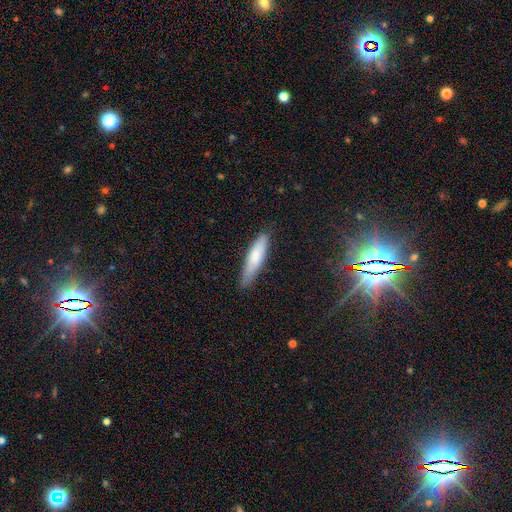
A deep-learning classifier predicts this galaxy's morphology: The model was most divided on "how rounded": cigar-shaped: 77%, in between: 22%, round: 1%. More confident: merging — none (81%); smooth or featured — smooth (75%).